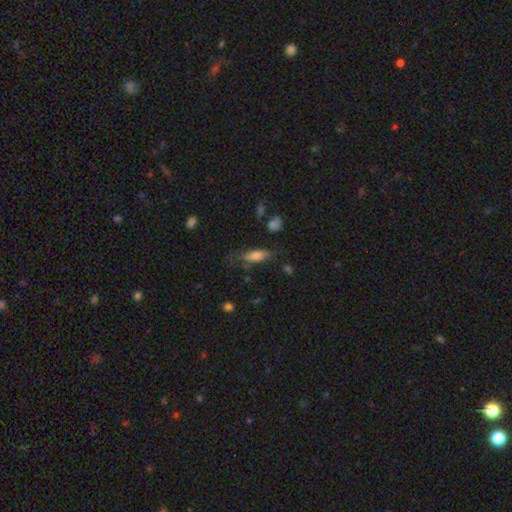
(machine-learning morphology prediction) Smooth or featured? smooth (70%)
How rounded? in between (57%)
Merging? none (56%)